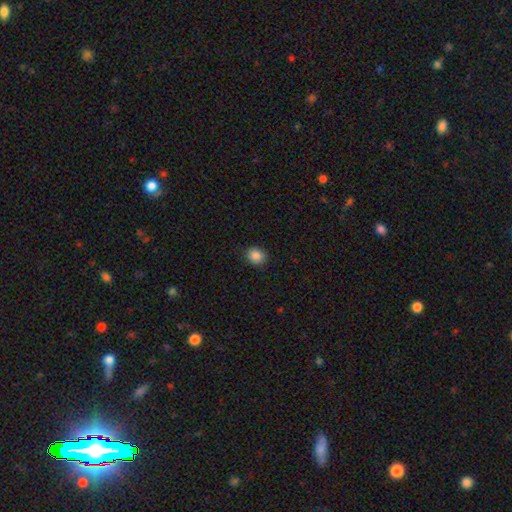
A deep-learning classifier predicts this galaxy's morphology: type=smooth (86%); roundness=round (71%); merging=none (90%).